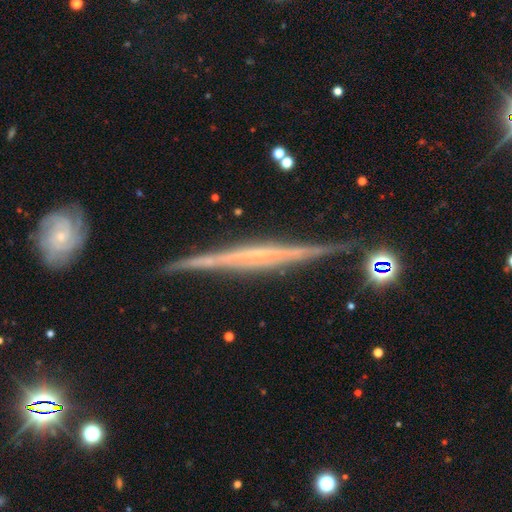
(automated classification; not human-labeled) smooth-or-featured: featured or disk: 82% | smooth: 11% | star or artifact: 7%
  disk-edge-on: yes: 97% | no: 3%
    edge-on-bulge: none: 66% | rounded: 19% | boxy: 15%
  merging: none: 84% | minor disturbance: 11% | major disturbance: 2% | merger: 2%